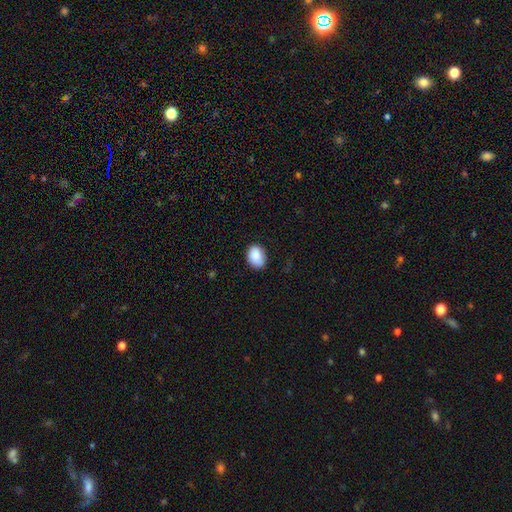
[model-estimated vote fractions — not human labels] Q: Smooth or featured?
A: smooth (89%); runner-up: star or artifact (7%)
Q: How rounded?
A: in between (79%); runner-up: round (20%)
Q: Merging?
A: none (80%); runner-up: minor disturbance (16%)